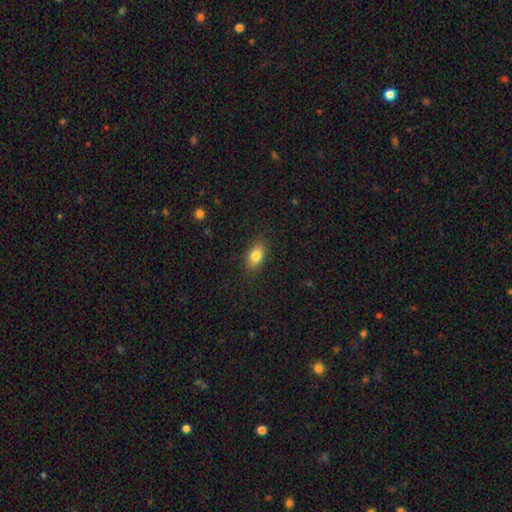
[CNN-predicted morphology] Smooth or featured?
  - smooth: 83% *
  - star or artifact: 9%
  - featured or disk: 8%
How rounded?
  - in between: 86% *
  - round: 11%
  - cigar-shaped: 2%
Merging?
  - none: 86% *
  - minor disturbance: 10%
  - major disturbance: 3%
  - merger: 1%